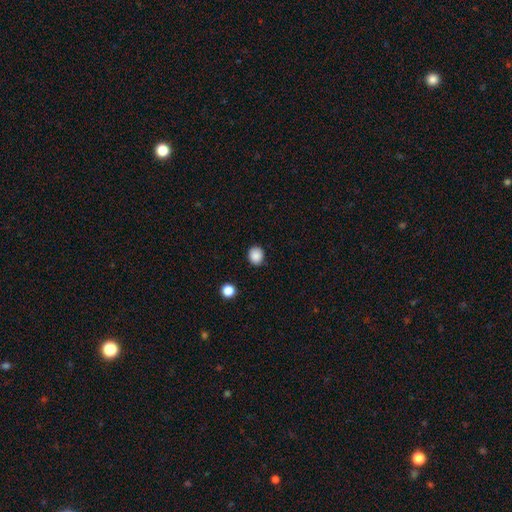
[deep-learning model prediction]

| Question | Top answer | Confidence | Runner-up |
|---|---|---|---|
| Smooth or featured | smooth | 87% | star or artifact (10%) |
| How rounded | round | 77% | in between (23%) |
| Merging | none | 87% | minor disturbance (10%) |